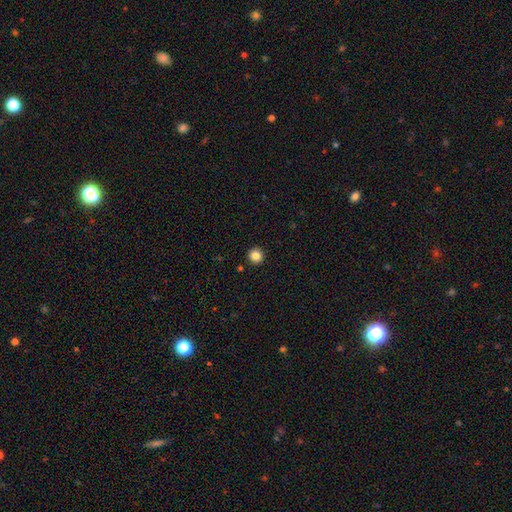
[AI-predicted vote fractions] Smooth or featured: smooth — 85% (star or artifact — 11%)
How rounded: round — 95% (in between — 4%)
Merging: none — 93% (minor disturbance — 4%)